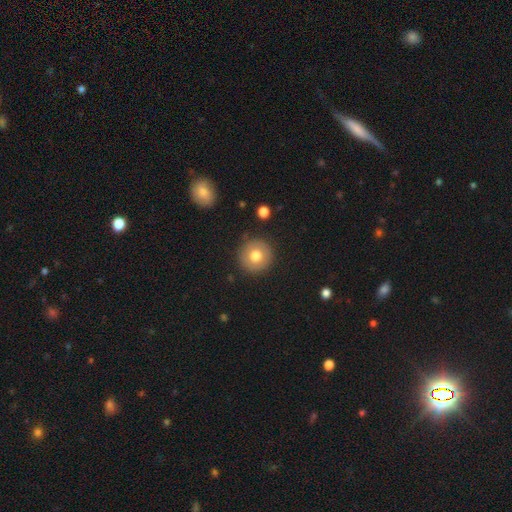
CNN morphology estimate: Overall: smooth (74%). How rounded: round (95%). Merging: none (89%).